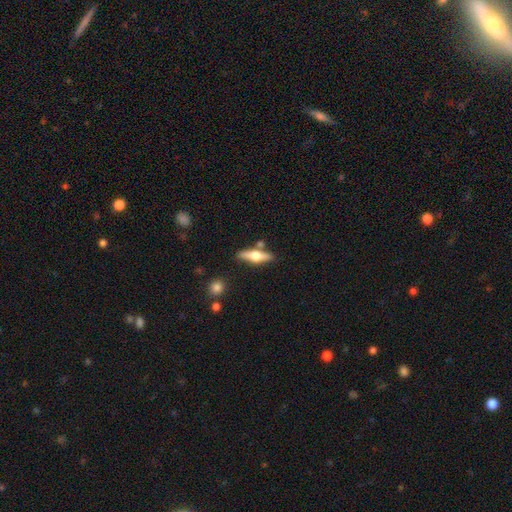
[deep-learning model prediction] Smooth or featured? Predicted: featured or disk (p=0.60). Edge-on disk? Predicted: yes (p=0.94). Edge-on bulge? Predicted: rounded (p=0.94). Merging? Predicted: none (p=0.79).